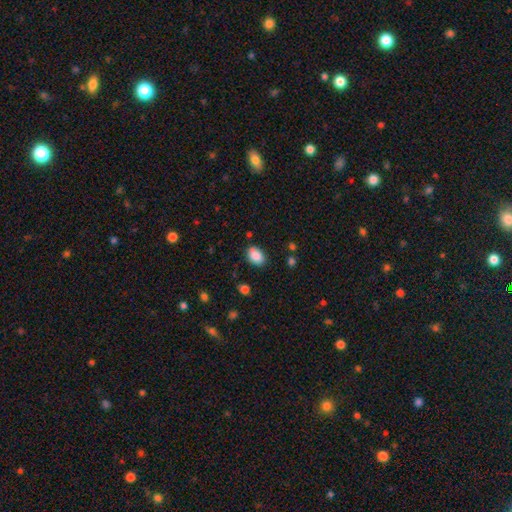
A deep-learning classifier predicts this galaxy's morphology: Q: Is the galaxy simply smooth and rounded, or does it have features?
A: smooth — 87%.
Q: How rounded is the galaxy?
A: in between — 83%.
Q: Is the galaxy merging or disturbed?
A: none — 80%.